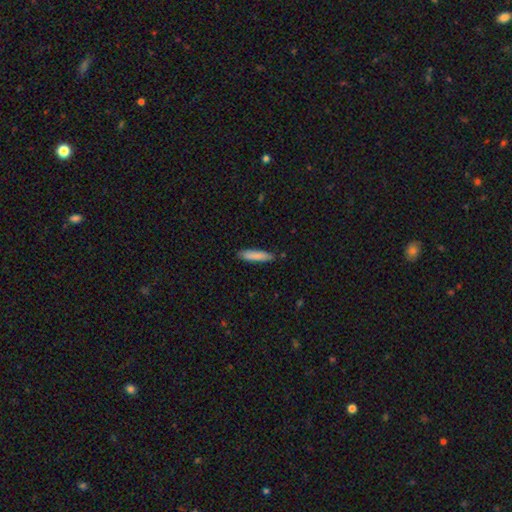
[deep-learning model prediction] Smooth or featured? Predicted: smooth (p=0.85). How rounded? Predicted: cigar-shaped (p=0.81). Merging? Predicted: none (p=0.85).